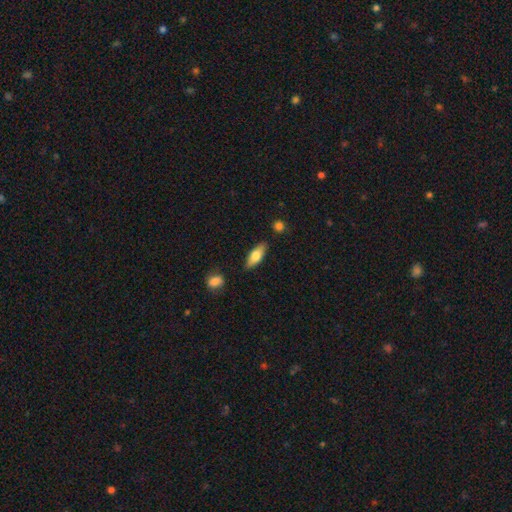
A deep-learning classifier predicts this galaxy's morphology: Q: Smooth or featured?
A: smooth (69%); runner-up: featured or disk (25%)
Q: How rounded?
A: in between (72%); runner-up: cigar-shaped (25%)
Q: Merging?
A: none (83%); runner-up: minor disturbance (12%)